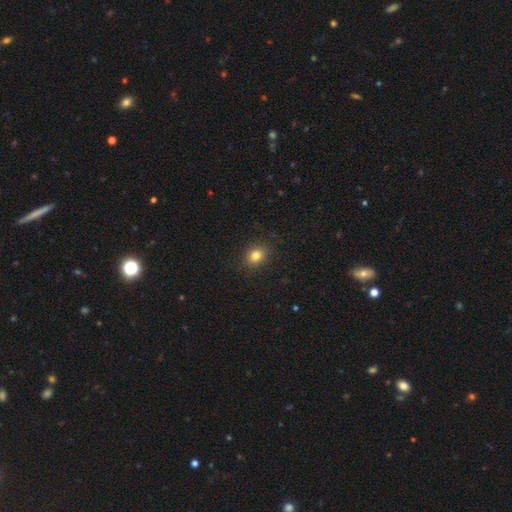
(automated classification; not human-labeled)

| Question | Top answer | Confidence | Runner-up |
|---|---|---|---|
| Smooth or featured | smooth | 81% | star or artifact (12%) |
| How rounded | round | 69% | in between (30%) |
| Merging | none | 89% | minor disturbance (7%) |